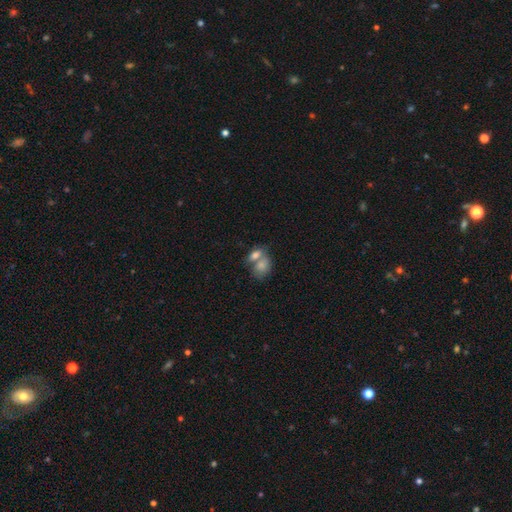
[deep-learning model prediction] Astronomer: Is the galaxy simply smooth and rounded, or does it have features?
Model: smooth — 77%.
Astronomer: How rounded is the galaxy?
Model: in between — 77%.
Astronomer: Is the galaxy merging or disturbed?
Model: merger — 63%.